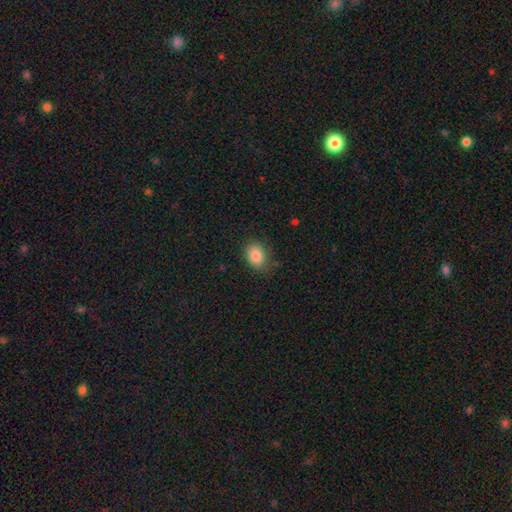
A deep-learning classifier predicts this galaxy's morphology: This appears to be a smooth galaxy with no disk features (86%) that is in between round and cigar-shaped (68%). Merging: none (79%).